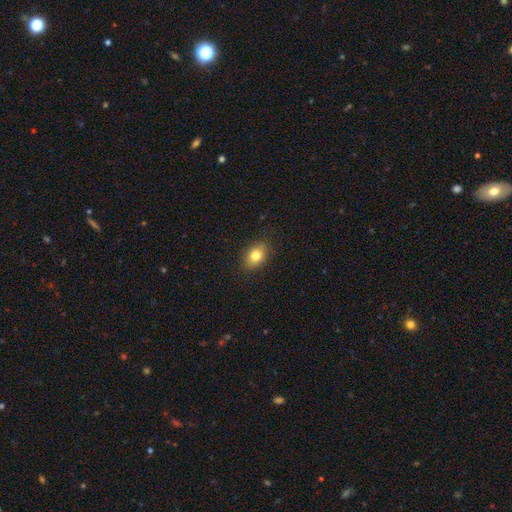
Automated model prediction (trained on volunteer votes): smooth 81%, featured or disk 10%, star or artifact 10%. Down the decision tree: how rounded — in between (73%); merging — none (87%).